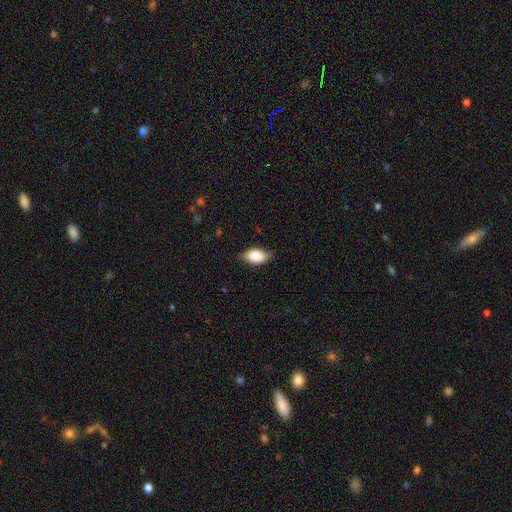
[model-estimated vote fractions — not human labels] Morphology: type=smooth (82%); roundness=in between (89%); merging=none (75%).